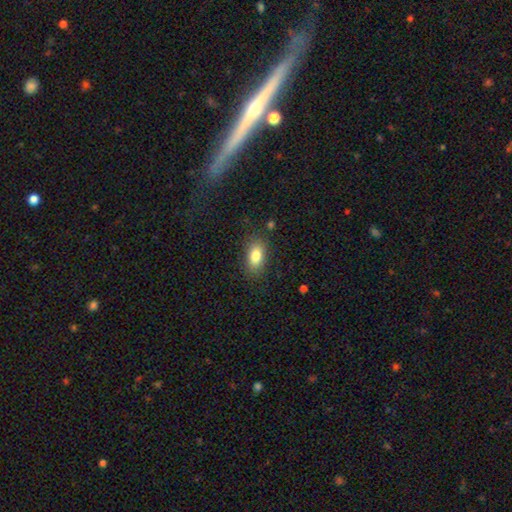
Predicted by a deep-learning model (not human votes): smooth-or-featured: smooth: 83% | featured or disk: 9% | star or artifact: 8%
  how-rounded: in between: 88% | round: 8% | cigar-shaped: 4%
  merging: none: 83% | minor disturbance: 12% | major disturbance: 4% | merger: 1%